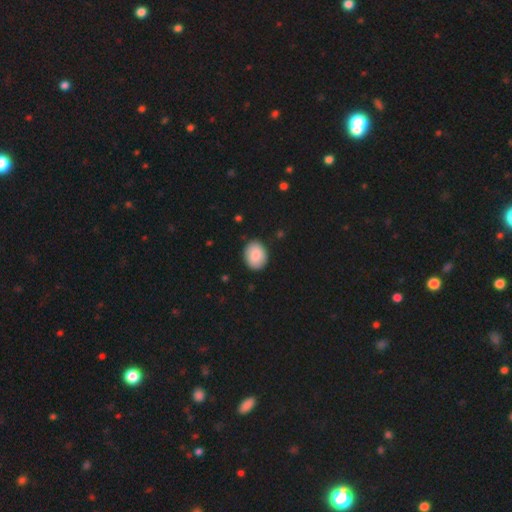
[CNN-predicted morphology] This is clearly a smooth galaxy (86%). How rounded: likely in between (61%). Merging: clearly none (88%).